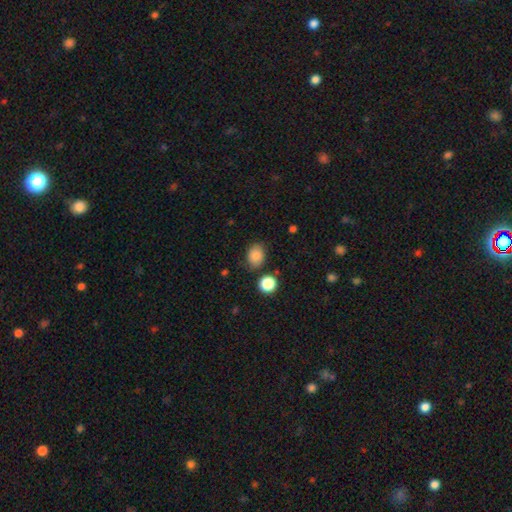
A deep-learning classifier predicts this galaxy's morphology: smooth 84%, star or artifact 10%, featured or disk 6%. Down the decision tree: how rounded — in between (54%); merging — none (77%).